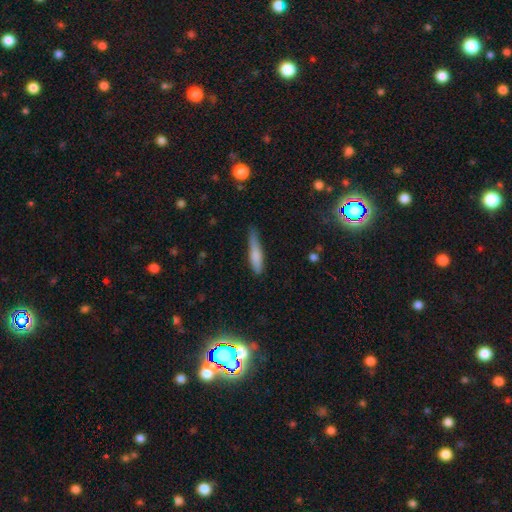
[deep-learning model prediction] Smooth or featured? Predicted: smooth (p=0.76). How rounded? Predicted: cigar-shaped (p=0.82). Merging? Predicted: none (p=0.55).